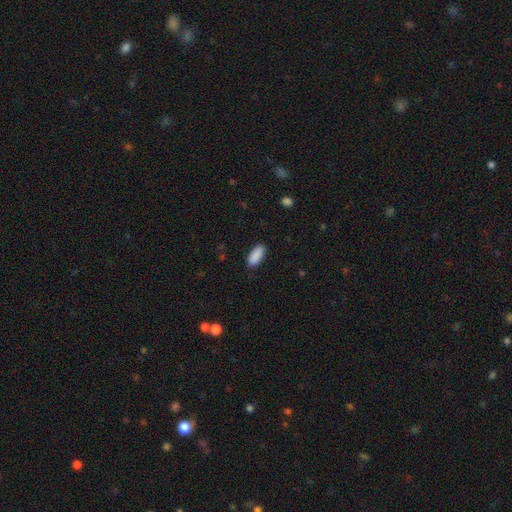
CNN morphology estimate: Smooth or featured: smooth — 90% (star or artifact — 7%)
How rounded: in between — 85% (cigar-shaped — 13%)
Merging: none — 87% (minor disturbance — 10%)